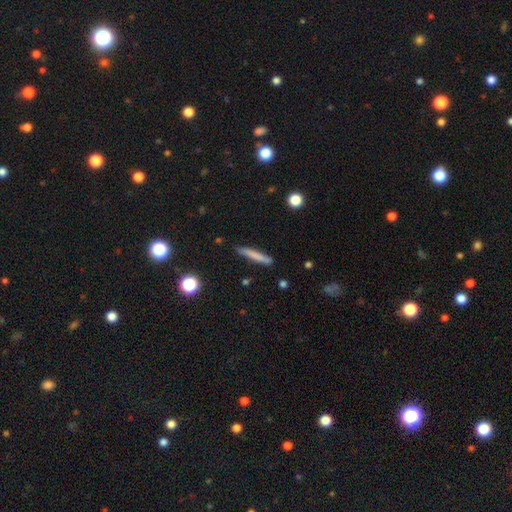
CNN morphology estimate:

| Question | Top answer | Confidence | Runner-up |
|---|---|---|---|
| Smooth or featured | smooth | 73% | featured or disk (20%) |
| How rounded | cigar-shaped | 94% | in between (5%) |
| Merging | none | 82% | minor disturbance (13%) |